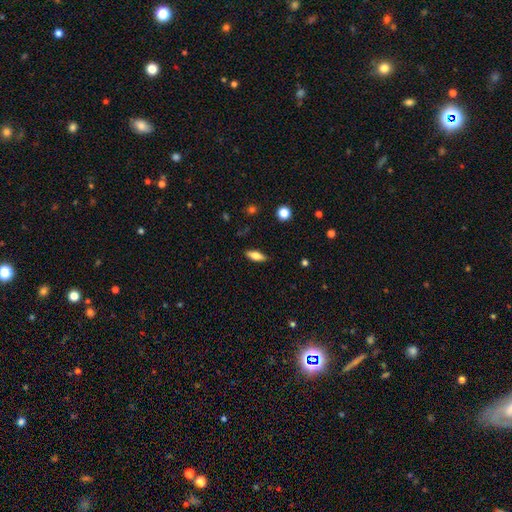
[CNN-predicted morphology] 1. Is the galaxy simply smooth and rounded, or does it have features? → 69% smooth, 24% featured or disk, 8% star or artifact.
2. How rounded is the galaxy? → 66% in between, 31% cigar-shaped, 3% round.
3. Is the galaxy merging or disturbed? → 85% none, 11% minor disturbance, 3% major disturbance, 1% merger.